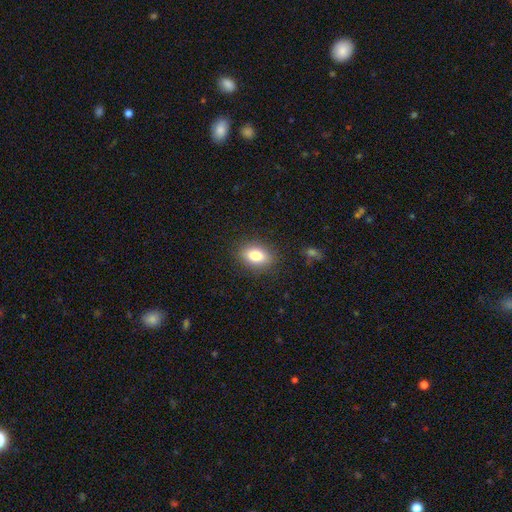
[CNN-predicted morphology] Smooth or featured: smooth — 82% (featured or disk — 10%)
How rounded: in between — 81% (round — 16%)
Merging: none — 87% (minor disturbance — 10%)